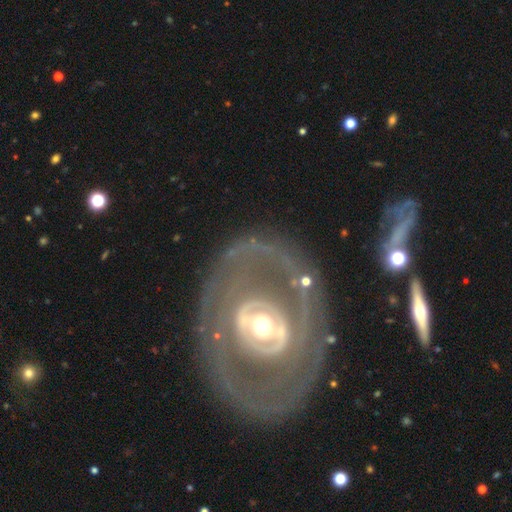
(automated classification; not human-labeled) Morphology: type=featured or disk (79%); edge-on=no (95%); bar=no (53%); spiral arms=no (52%); bulge=moderate (64%); merging=none (74%).